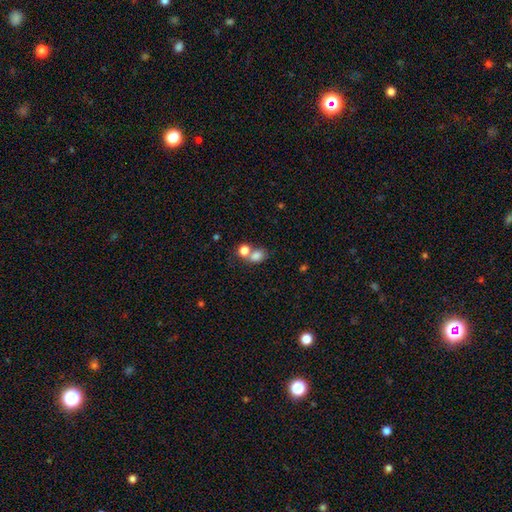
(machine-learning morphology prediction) type=smooth (78%); roundness=in between (52%); merging=merger (47%).